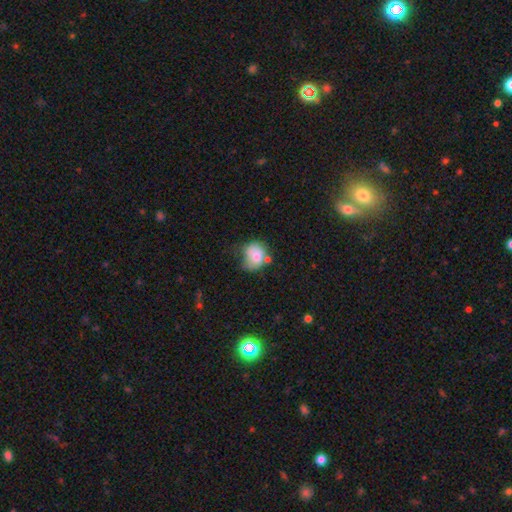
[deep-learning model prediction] A smooth galaxy with no disk features (73%) that is round (59%).

Vote fractions:
- Smooth or featured? smooth: 73% / featured or disk: 17% / star or artifact: 9%
- How rounded? round: 59% / in between: 40% / cigar-shaped: 1%
- Merging? none: 34% / minor disturbance: 31% / merger: 19% / major disturbance: 16%